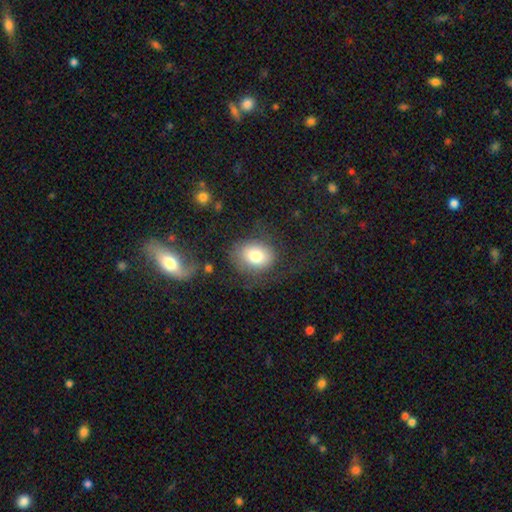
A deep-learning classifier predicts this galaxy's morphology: This is likely a smooth galaxy (75%). How rounded: possibly round (50%). Merging: likely none (67%).